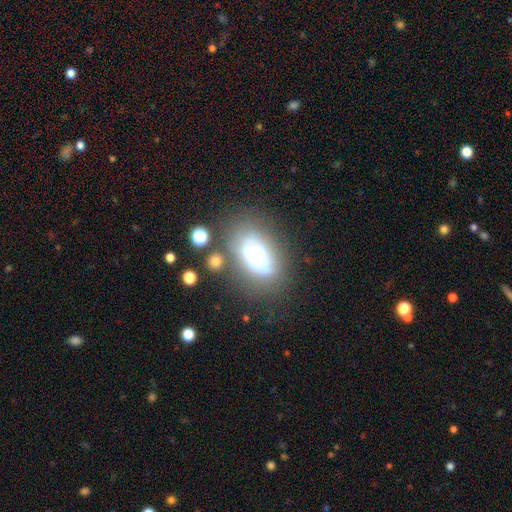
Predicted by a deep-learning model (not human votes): Smooth or featured? smooth (45%, tied with featured or disk)
Merging? none (54%)